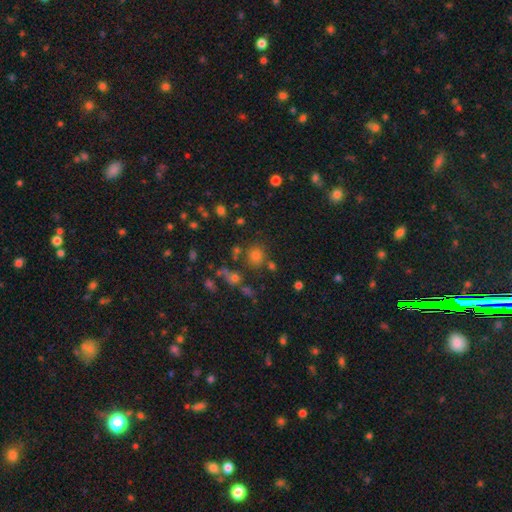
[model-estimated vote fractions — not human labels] Smooth or featured? Predicted: smooth (p=0.63). How rounded? Predicted: round (p=0.88). Merging? Predicted: none (p=0.77).